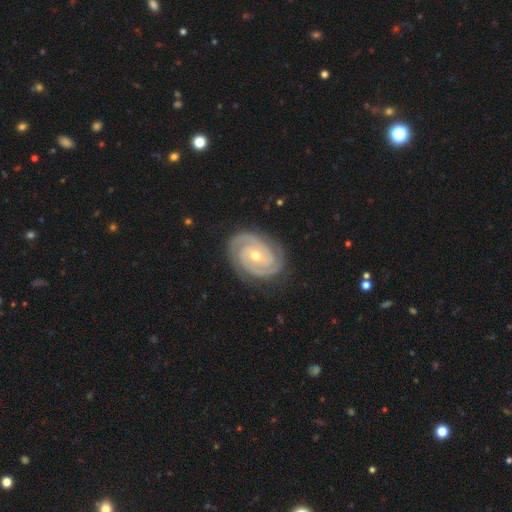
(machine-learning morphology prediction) Smooth or featured: featured or disk — 93% (star or artifact — 4%)
Edge-on disk: no — 98% (yes — 2%)
Bar: no — 63% (weak — 25%)
Spiral arms: yes — 99% (no — 1%)
Spiral winding: tight — 81% (medium — 17%)
Spiral arm count: 2 — 81% (3 — 10%)
Bulge size: small — 49% (tied with moderate — 49%)
Merging: none — 85% (minor disturbance — 11%)